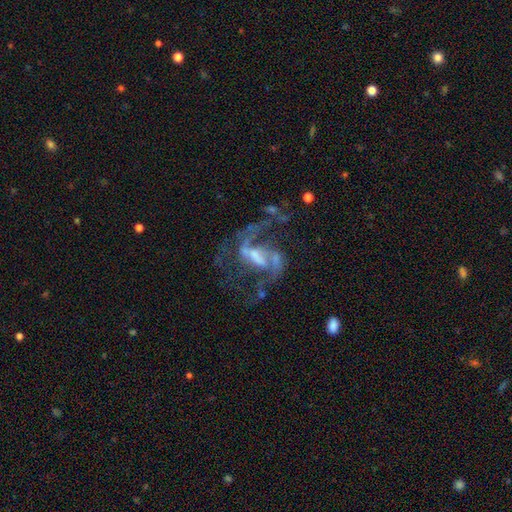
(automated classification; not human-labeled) A featured or disk galaxy (83%) with a weak bar (43%), 2 (70%) loose (46%) spiral arms (87%) and a small central bulge (37%).

Vote fractions:
- Smooth or featured? featured or disk: 83% / star or artifact: 10% / smooth: 7%
- Edge-on disk? no: 97% / yes: 3%
- Bar? weak: 43% / strong: 36% / no: 21%
- Spiral arms? yes: 87% / no: 13%
- Spiral winding? loose: 46% / medium: 43% / tight: 10%
- Spiral arm count? 2: 70% / can't tell: 11% / 3: 7% / 1: 6% / 4: 3% / more than 4: 3%
- Bulge size? small: 37% / moderate: 31% / none: 24% / large: 7% / dominant: 2%
- Merging? none: 41% / major disturbance: 35% / minor disturbance: 14% / merger: 9%